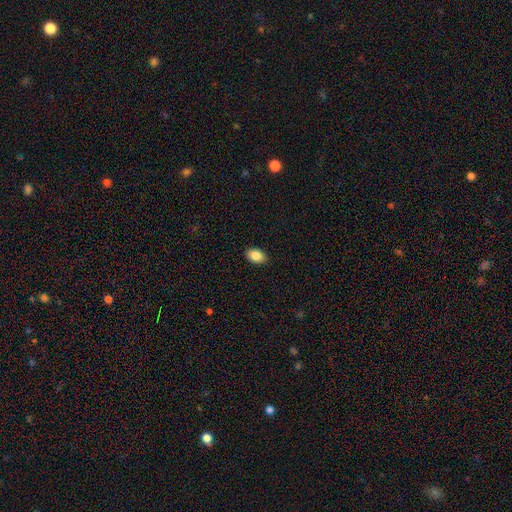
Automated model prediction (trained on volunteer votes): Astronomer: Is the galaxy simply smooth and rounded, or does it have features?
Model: smooth — 87%.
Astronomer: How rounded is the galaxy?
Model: in between — 85%.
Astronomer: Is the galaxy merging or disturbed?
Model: none — 90%.